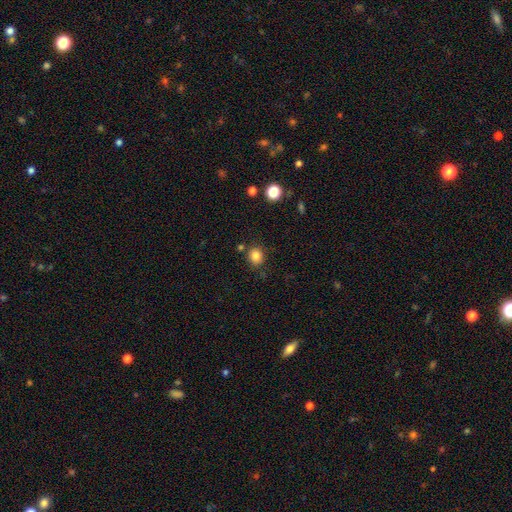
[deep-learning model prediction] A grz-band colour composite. It shows a smooth galaxy with no disk features (84%) that is round (77%). Merging: none (82%).